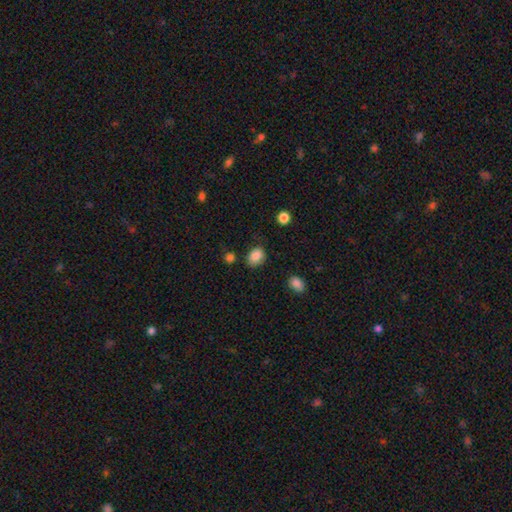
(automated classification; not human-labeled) Overall: smooth (86%). How rounded: in between (61%; round 38%). Merging: none (73%).